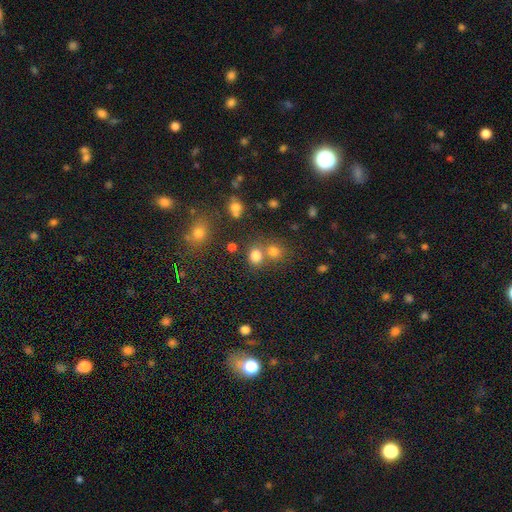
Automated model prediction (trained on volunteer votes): This is likely a smooth galaxy (77%). How rounded: likely round (71%). Merging: possibly none (57%).